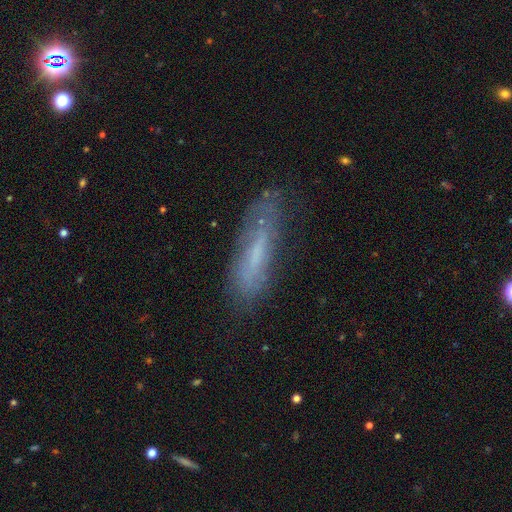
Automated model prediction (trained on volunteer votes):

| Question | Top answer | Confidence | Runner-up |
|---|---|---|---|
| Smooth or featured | smooth | 48% | featured or disk (42%) |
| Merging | none | 68% | minor disturbance (22%) |